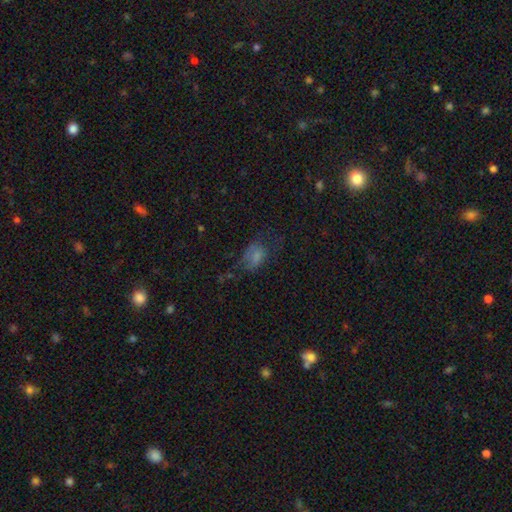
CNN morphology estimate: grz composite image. It shows a smooth galaxy with no disk features (59%) that is in between round and cigar-shaped (85%). Merging: none (37%).